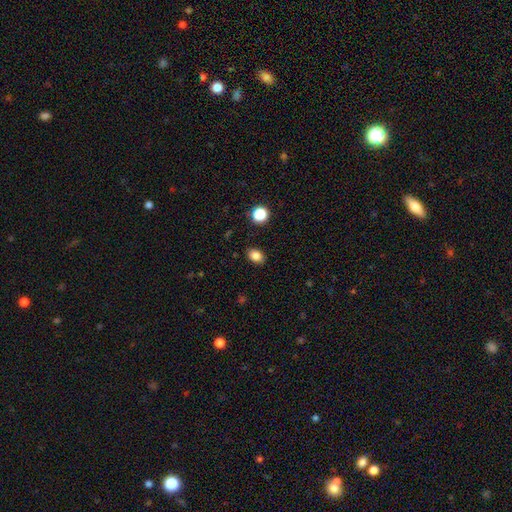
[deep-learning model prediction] Smooth or featured? smooth (84%)
How rounded? in between (71%)
Merging? none (88%)